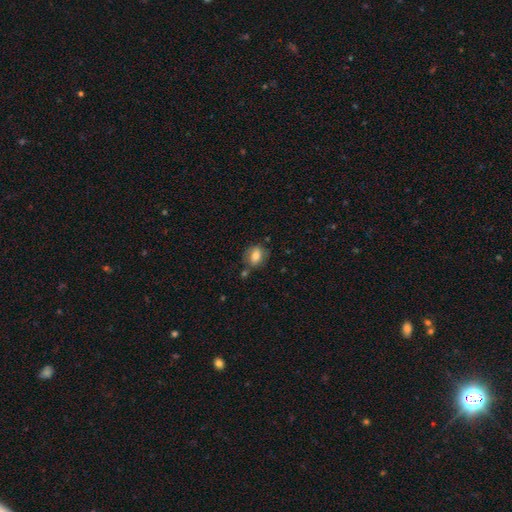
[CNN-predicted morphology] smooth_or_featured: smooth (p=0.74) [alt: featured or disk p=0.18]
how_rounded: in between (p=0.61) [alt: round p=0.37]
merging: none (p=0.67) [alt: minor disturbance p=0.18]